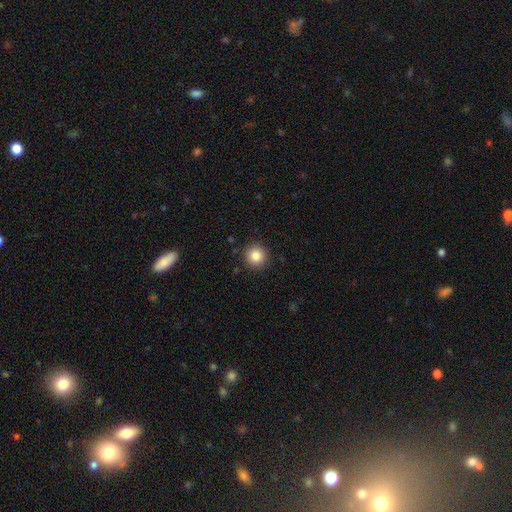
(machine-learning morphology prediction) Smooth or featured? Predicted: smooth (p=0.85). How rounded? Predicted: round (p=0.94). Merging? Predicted: none (p=0.91).